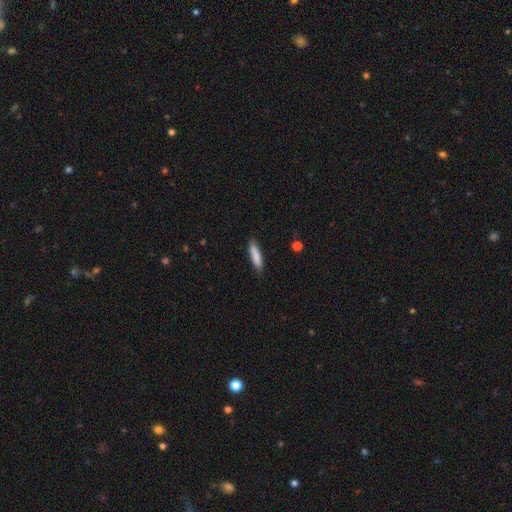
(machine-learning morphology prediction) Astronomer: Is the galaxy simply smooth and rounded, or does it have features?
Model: smooth — 84%.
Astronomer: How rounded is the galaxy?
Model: cigar-shaped — 76%.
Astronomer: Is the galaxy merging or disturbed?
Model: none — 85%.